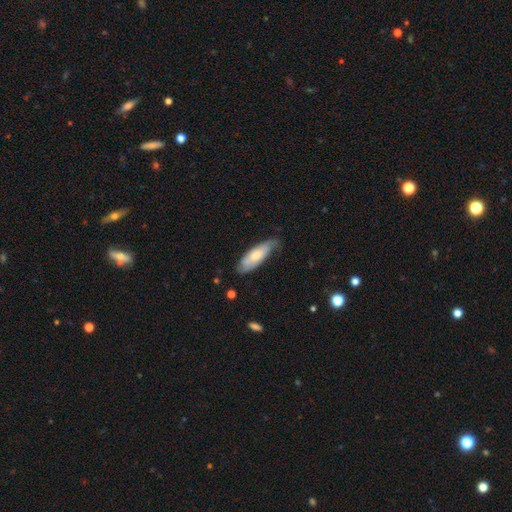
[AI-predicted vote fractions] Overall: smooth (64%; featured or disk 31%). How rounded: in between (62%; cigar-shaped 36%). Merging: none (63%; minor disturbance 30%).